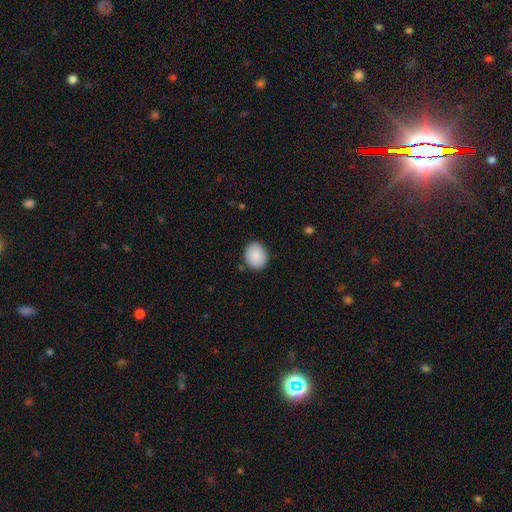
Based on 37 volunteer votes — smooth-or-featured: smooth: 95% | featured or disk: 3% | star or artifact: 3%
  how-rounded: round: 66% | in between: 34% | cigar-shaped: 0%
  merging: none: 94% | minor disturbance: 6% | major disturbance: 0% | merger: 0%